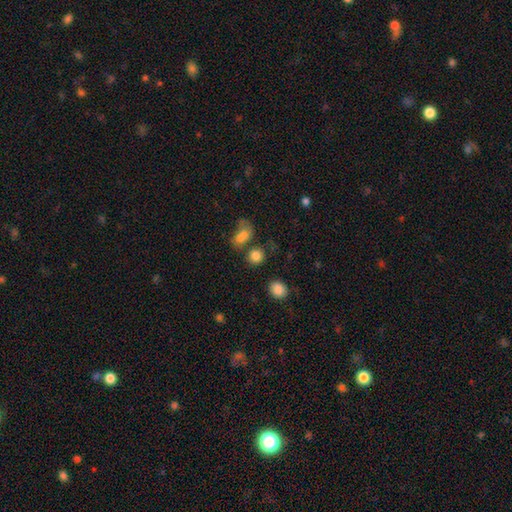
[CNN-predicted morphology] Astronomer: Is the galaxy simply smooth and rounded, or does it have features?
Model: smooth — 83%.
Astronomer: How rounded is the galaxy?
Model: round — 74%.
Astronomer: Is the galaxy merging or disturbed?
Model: none — 64%.